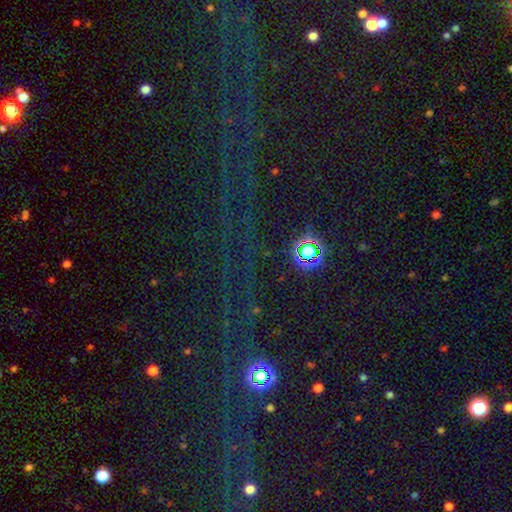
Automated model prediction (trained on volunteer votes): smooth-or-featured: star or artifact: 79% | smooth: 12% | featured or disk: 9%